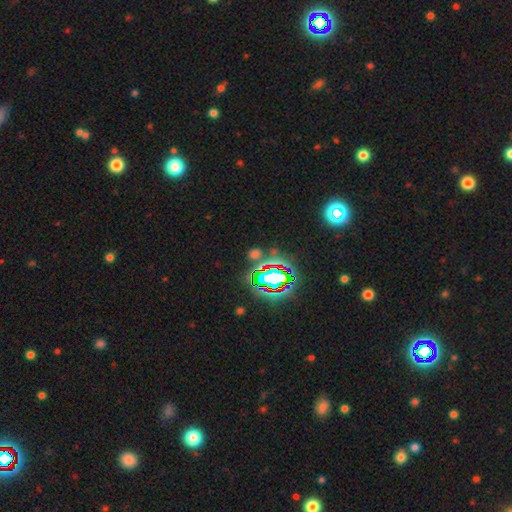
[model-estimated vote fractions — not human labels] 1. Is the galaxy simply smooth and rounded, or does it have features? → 71% star or artifact, 17% smooth, 12% featured or disk.